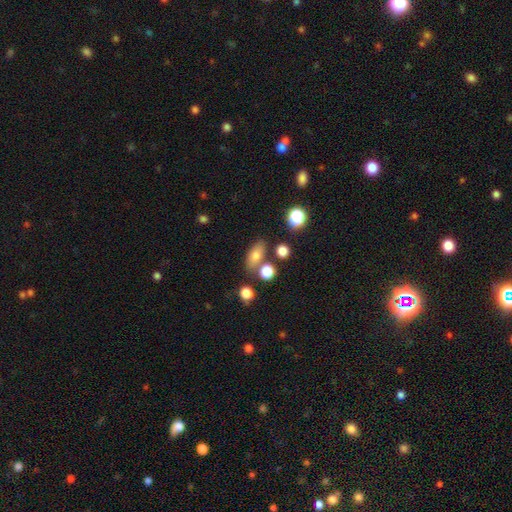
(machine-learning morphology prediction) A smooth galaxy with no disk features (75%) that is in between round and cigar-shaped (74%).

Vote fractions:
- Smooth or featured? smooth: 75% / featured or disk: 14% / star or artifact: 11%
- How rounded? in between: 74% / cigar-shaped: 13% / round: 13%
- Merging? none: 69% / merger: 14% / minor disturbance: 13% / major disturbance: 5%